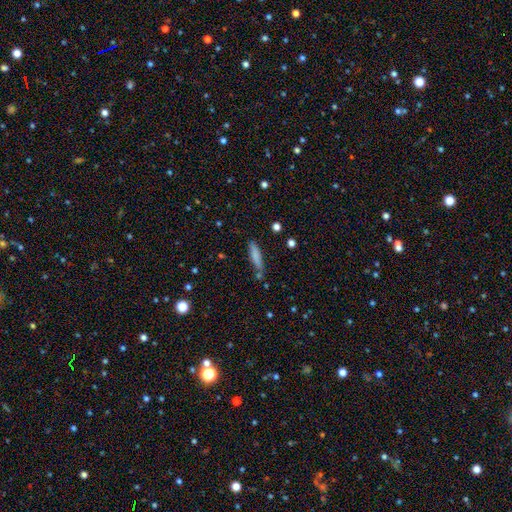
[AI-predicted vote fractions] Smooth or featured? smooth (77%)
How rounded? cigar-shaped (82%)
Merging? none (71%)